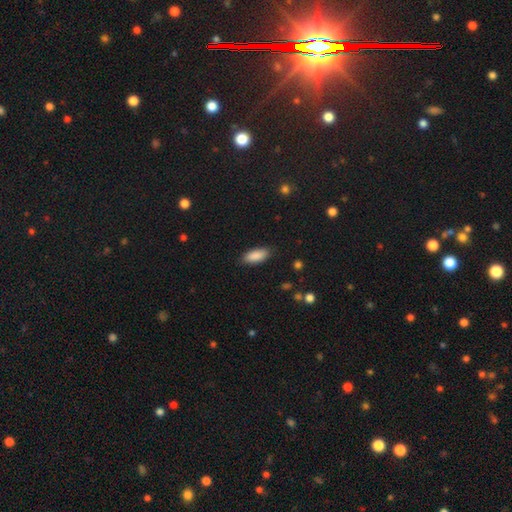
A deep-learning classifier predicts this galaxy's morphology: Overall: smooth (89%). How rounded: in between (83%). Merging: none (86%).